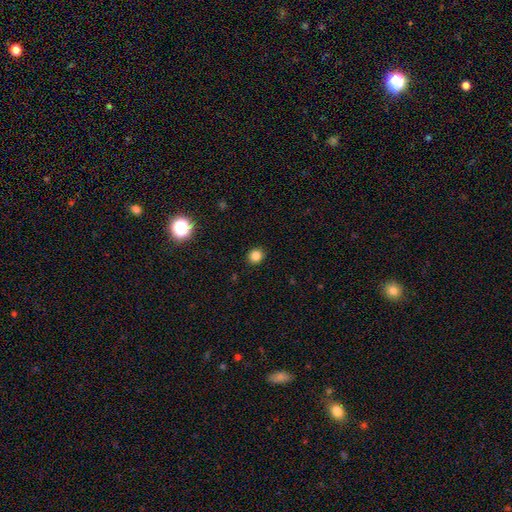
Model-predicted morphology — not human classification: smooth-or-featured: smooth: 83% | star or artifact: 13% | featured or disk: 4%
  how-rounded: round: 87% | in between: 12% | cigar-shaped: 1%
  merging: none: 92% | minor disturbance: 6% | major disturbance: 2% | merger: 1%